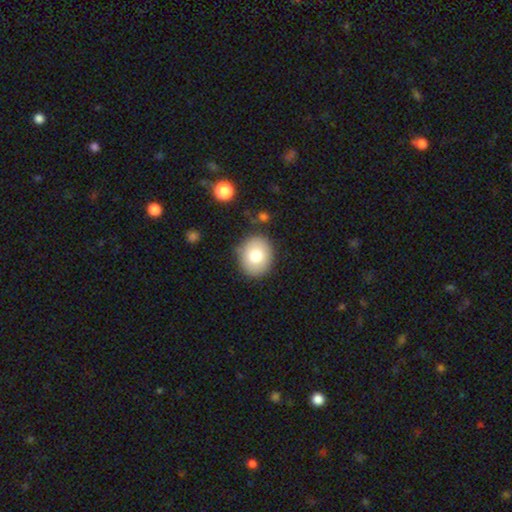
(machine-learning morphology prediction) The model was most divided on "how rounded": round: 69%, in between: 30%, cigar-shaped: 1%. More confident: merging — none (85%); smooth or featured — smooth (77%).